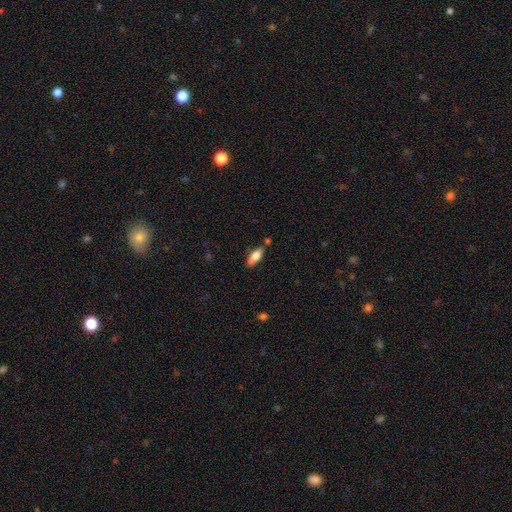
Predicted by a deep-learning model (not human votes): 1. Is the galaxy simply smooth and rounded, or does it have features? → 70% smooth, 23% featured or disk, 7% star or artifact.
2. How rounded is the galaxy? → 75% in between, 23% cigar-shaped, 3% round.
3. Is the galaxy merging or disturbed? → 73% none, 17% minor disturbance, 6% merger, 4% major disturbance.